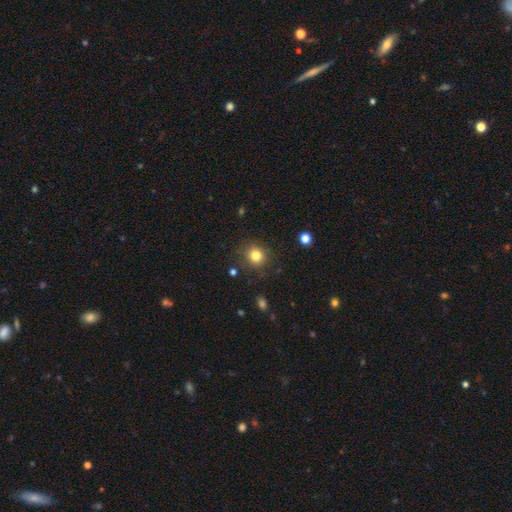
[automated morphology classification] Overall: smooth (82%). How rounded: round (85%). Merging: none (85%).